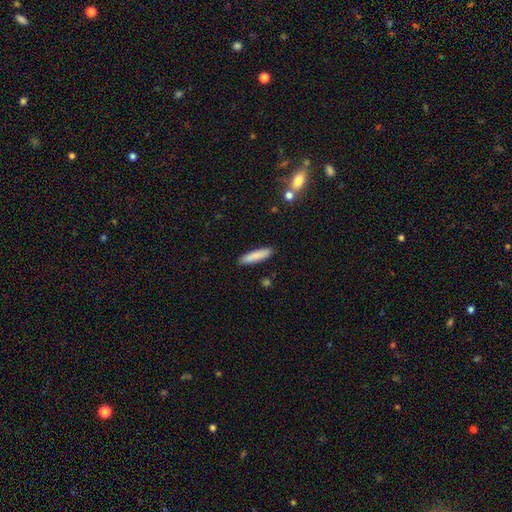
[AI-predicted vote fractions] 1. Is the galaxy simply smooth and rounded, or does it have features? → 86% smooth, 8% featured or disk, 6% star or artifact.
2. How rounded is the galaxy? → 80% cigar-shaped, 19% in between, 1% round.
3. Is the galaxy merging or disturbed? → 90% none, 7% minor disturbance, 2% major disturbance, 1% merger.